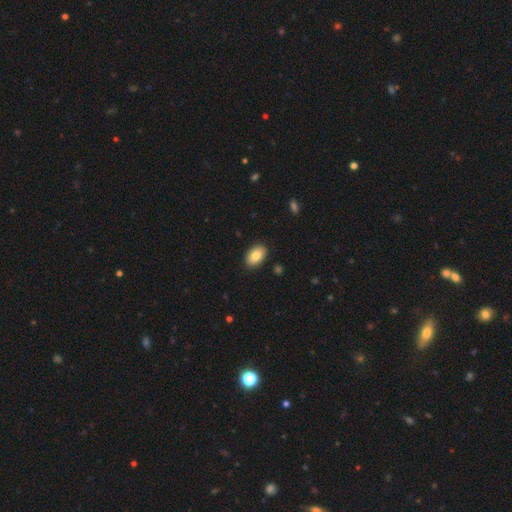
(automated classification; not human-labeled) This appears to be a smooth galaxy with no disk features (83%) that is in between round and cigar-shaped (90%). Merging: none (89%).